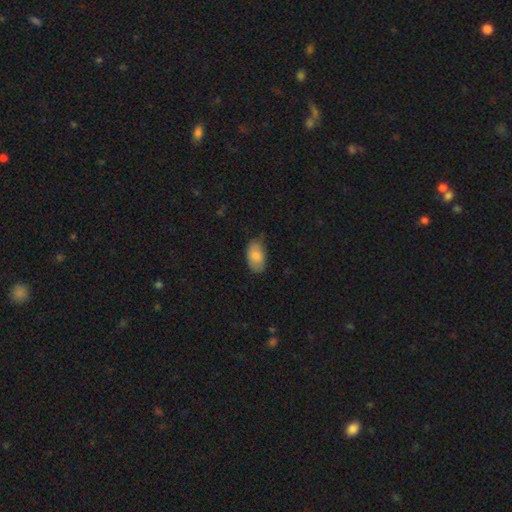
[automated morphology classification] smooth_or_featured: smooth (p=0.82) [alt: featured or disk p=0.11]
how_rounded: in between (p=0.93) [alt: round p=0.06]
merging: none (p=0.64) [alt: minor disturbance p=0.29]